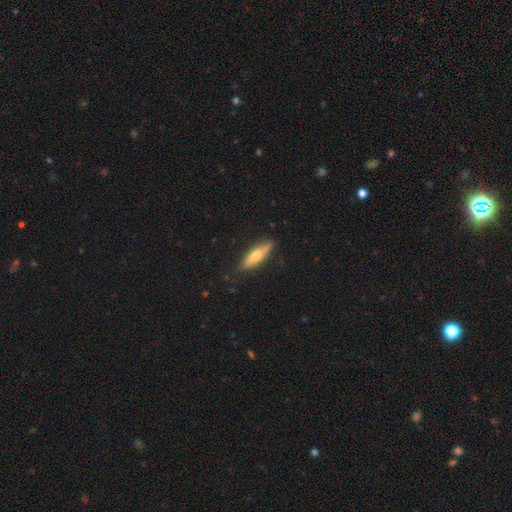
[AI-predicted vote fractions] smooth-or-featured: smooth: 55% | featured or disk: 38% | star or artifact: 7%
  how-rounded: cigar-shaped: 56% | in between: 41% | round: 2%
  merging: none: 77% | minor disturbance: 18% | major disturbance: 3% | merger: 1%